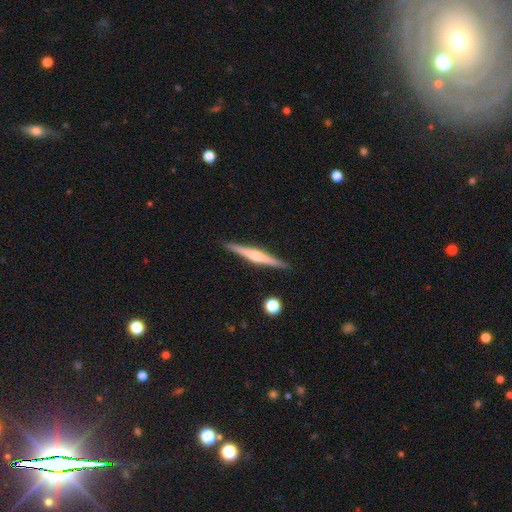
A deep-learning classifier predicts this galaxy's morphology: Smooth or featured?
  - featured or disk: 68% *
  - smooth: 26%
  - star or artifact: 6%
Edge-on disk?
  - yes: 98% *
  - no: 2%
Edge-on bulge?
  - rounded: 76% *
  - none: 15%
  - boxy: 9%
Merging?
  - none: 91% *
  - minor disturbance: 6%
  - merger: 1%
  - major disturbance: 1%